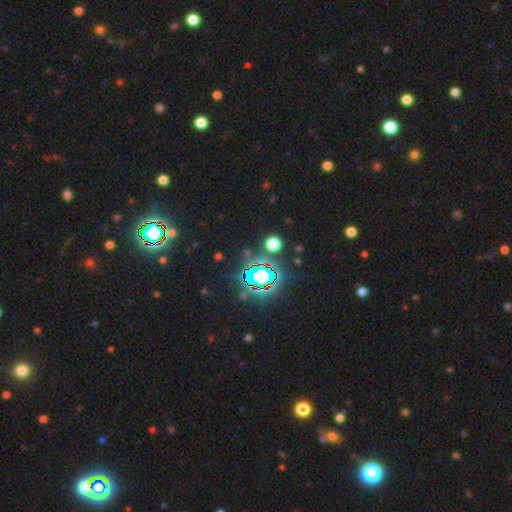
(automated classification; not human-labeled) Smooth or featured?
  - star or artifact: 84% *
  - smooth: 10%
  - featured or disk: 7%